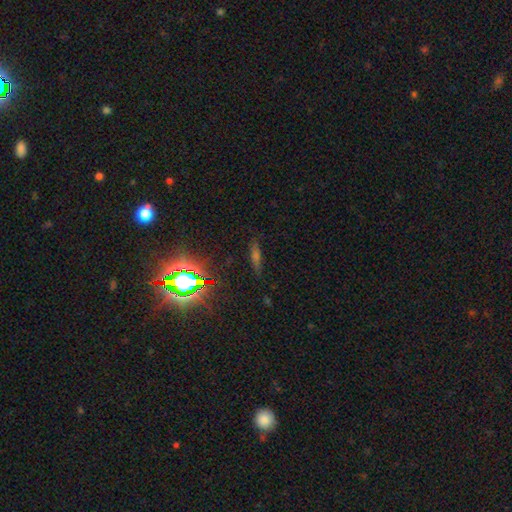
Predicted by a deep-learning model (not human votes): Smooth or featured? Predicted: star or artifact (p=0.35).